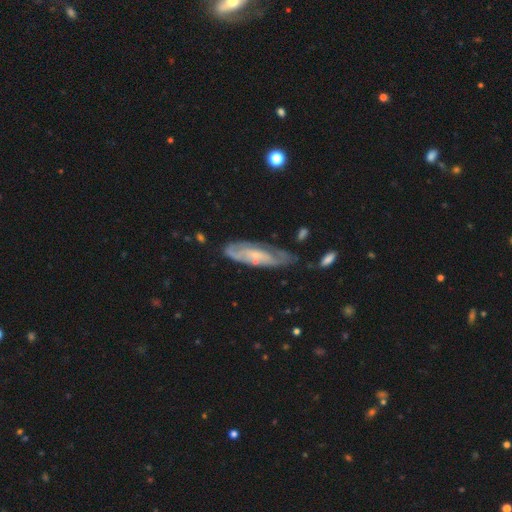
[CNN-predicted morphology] The model was most divided on "merging": none: 57%, minor disturbance: 27%, major disturbance: 12%, merger: 4%. More confident: edge-on disk — no (83%); spiral arms — yes (82%); bulge size — small (72%); smooth or featured — featured or disk (70%); bar — no (64%).